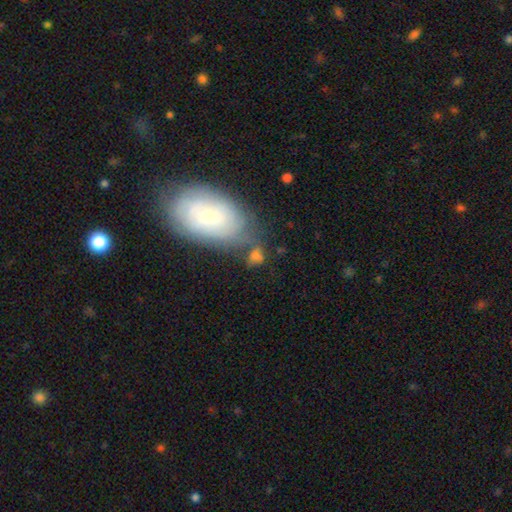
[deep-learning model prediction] Morphology: type=smooth (65%); roundness=in between (59%); merging=none (48%).